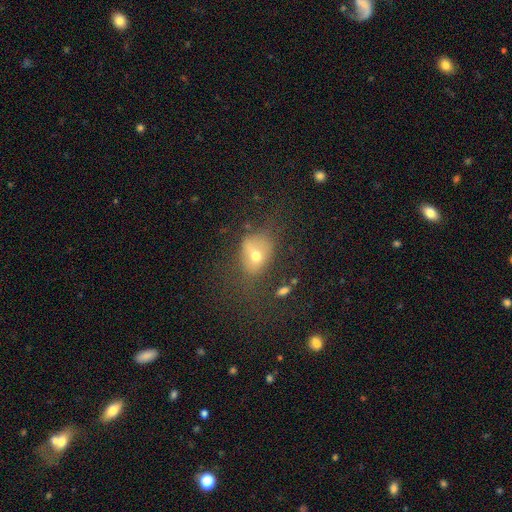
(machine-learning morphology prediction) Smooth or featured? smooth (61%)
How rounded? in between (59%)
Merging? none (47%)